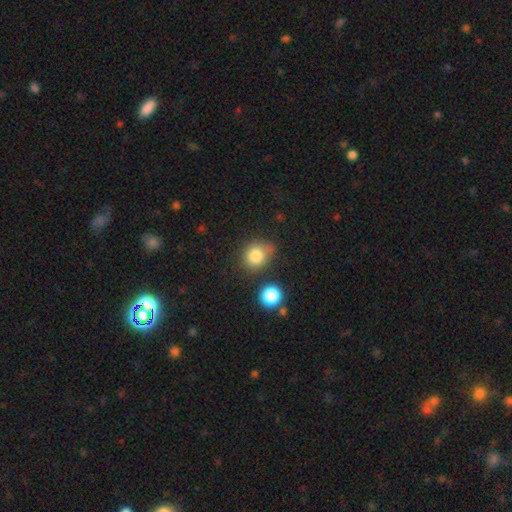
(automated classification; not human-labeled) This appears to be a smooth galaxy with no disk features (81%) that is round (73%). Merging: none (62%).